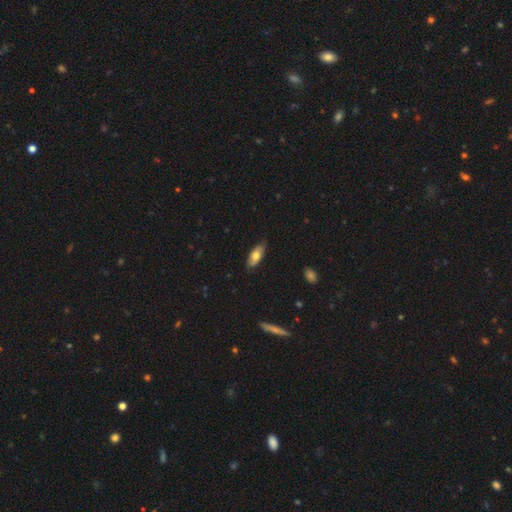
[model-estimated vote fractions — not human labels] Smooth or featured?
  - smooth: 68% *
  - featured or disk: 26%
  - star or artifact: 6%
How rounded?
  - in between: 80% *
  - cigar-shaped: 18%
  - round: 2%
Merging?
  - none: 81% *
  - minor disturbance: 16%
  - major disturbance: 2%
  - merger: 1%